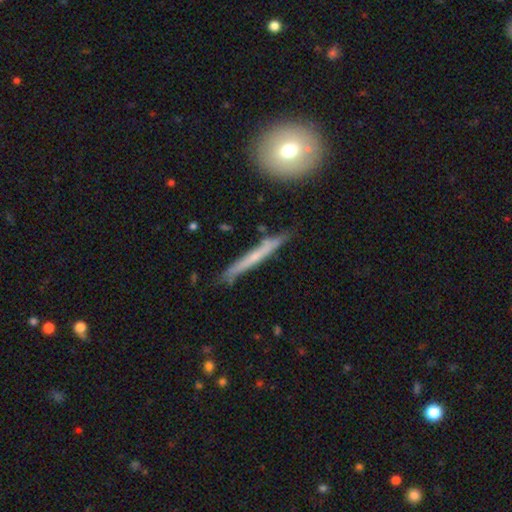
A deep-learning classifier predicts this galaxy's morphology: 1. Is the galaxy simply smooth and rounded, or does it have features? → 53% featured or disk, 41% smooth, 6% star or artifact.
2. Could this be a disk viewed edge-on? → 93% yes, 7% no.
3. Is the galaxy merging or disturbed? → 82% none, 13% minor disturbance, 2% merger, 2% major disturbance.